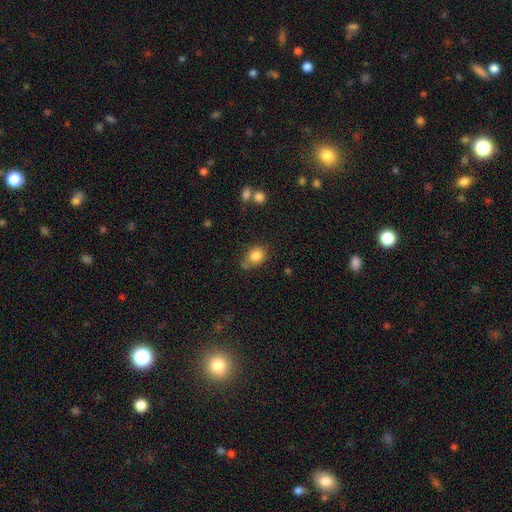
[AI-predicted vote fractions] Smooth or featured? Predicted: smooth (p=0.83). How rounded? Predicted: round (p=0.54). Merging? Predicted: none (p=0.63).